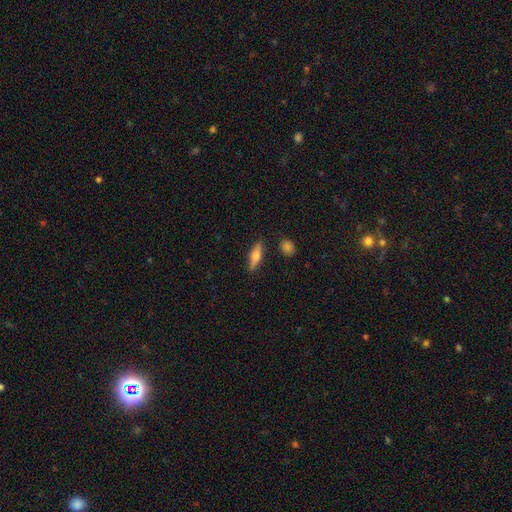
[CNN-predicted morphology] Smooth or featured: smooth — 52% (featured or disk — 41%)
How rounded: cigar-shaped — 55% (in between — 41%)
Merging: none — 85% (minor disturbance — 10%)